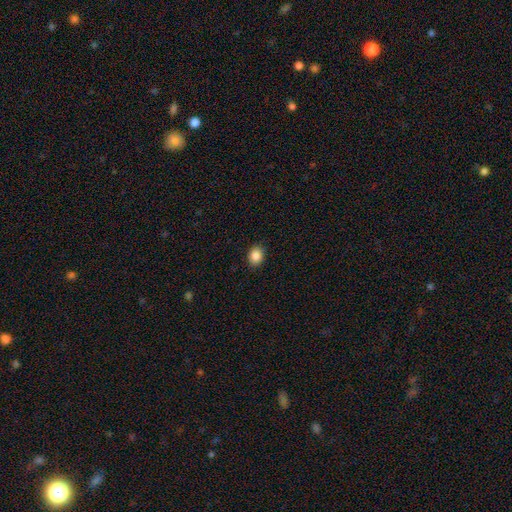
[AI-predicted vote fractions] Smooth or featured? smooth (87%)
How rounded? in between (52%)
Merging? none (90%)